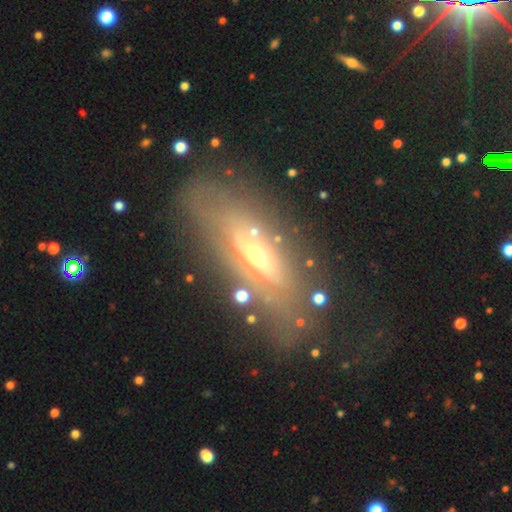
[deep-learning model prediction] smooth_or_featured: featured or disk (p=0.69) [alt: smooth p=0.21]
disk_edge_on: no (p=0.53) [alt: yes p=0.47]
merging: none (p=0.62) [alt: minor disturbance p=0.19]